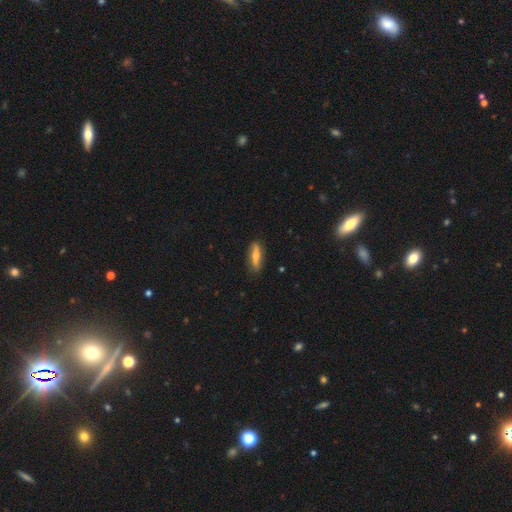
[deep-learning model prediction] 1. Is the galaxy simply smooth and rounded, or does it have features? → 47% smooth (tied), 47% featured or disk (tied), 7% star or artifact.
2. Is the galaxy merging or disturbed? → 84% none, 12% minor disturbance, 2% major disturbance, 1% merger.